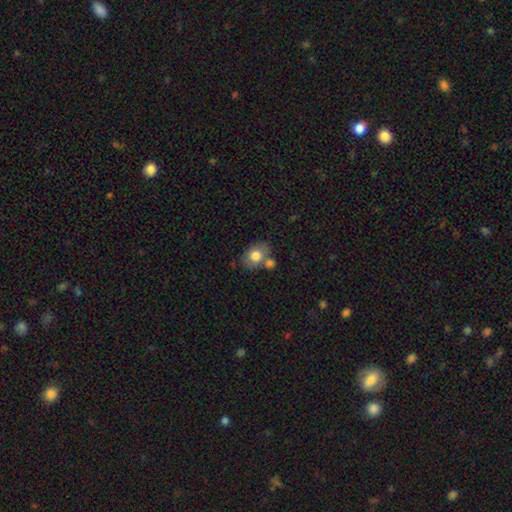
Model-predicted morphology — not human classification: smooth 76%, featured or disk 16%, star or artifact 7%. Down the decision tree: how rounded — in between (73%); merging — none (58%).